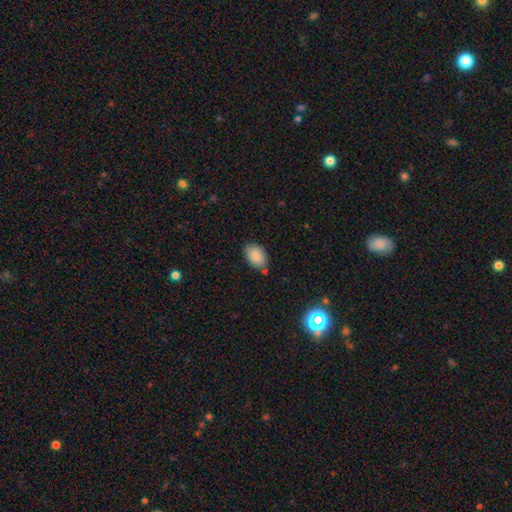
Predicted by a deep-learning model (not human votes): Morphology: type=smooth (87%); roundness=in between (89%); merging=none (79%).